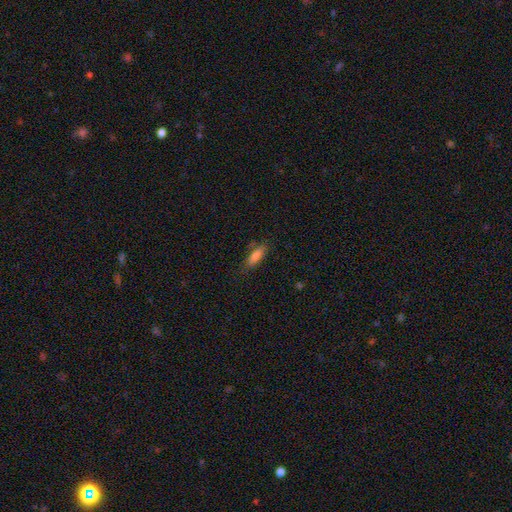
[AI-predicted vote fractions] Overall: smooth (80%). How rounded: in between (65%; cigar-shaped 32%). Merging: none (77%).